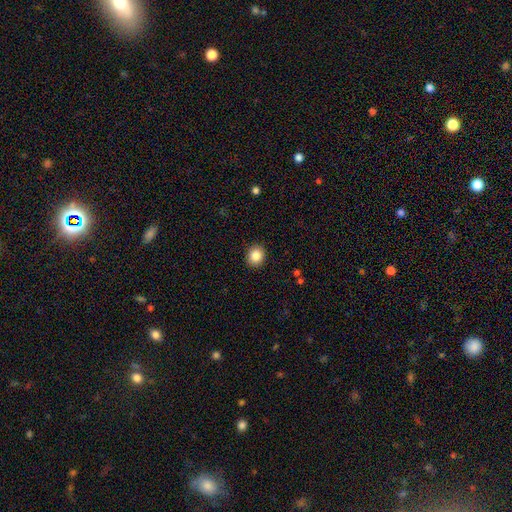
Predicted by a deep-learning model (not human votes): Smooth or featured?
  - smooth: 85% *
  - star or artifact: 10%
  - featured or disk: 6%
How rounded?
  - round: 79% *
  - in between: 20%
  - cigar-shaped: 1%
Merging?
  - none: 91% *
  - minor disturbance: 6%
  - major disturbance: 2%
  - merger: 1%